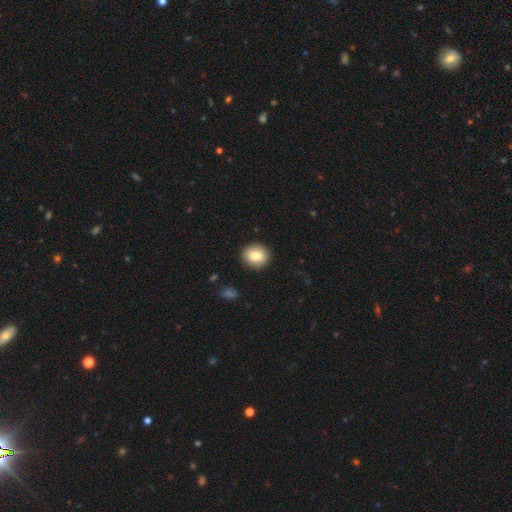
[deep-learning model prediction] smooth_or_featured: smooth (p=0.84) [alt: featured or disk p=0.08]
how_rounded: round (p=0.76) [alt: in between p=0.23]
merging: none (p=0.90) [alt: minor disturbance p=0.07]